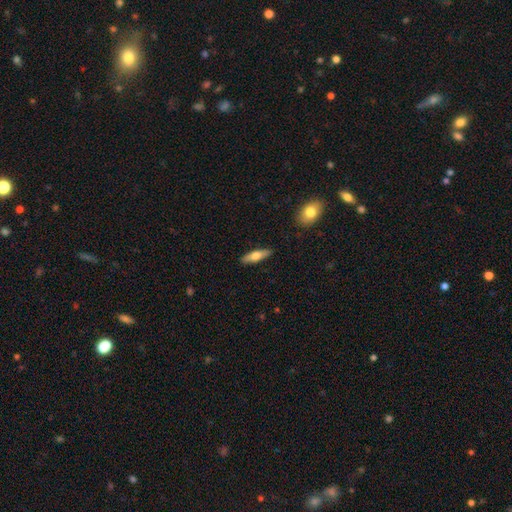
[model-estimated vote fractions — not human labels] Overall: smooth (61%; featured or disk 34%). How rounded: cigar-shaped (64%; in between 34%). Merging: none (89%).